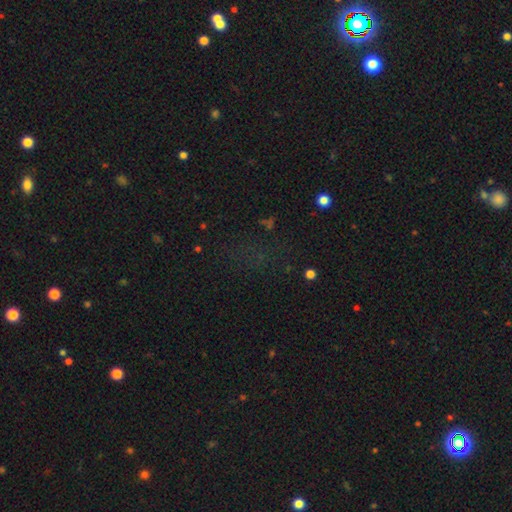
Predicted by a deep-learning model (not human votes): A star or artifact, not a galaxy (64%).

Vote fractions:
- Smooth or featured? star or artifact: 64% / smooth: 25% / featured or disk: 11%